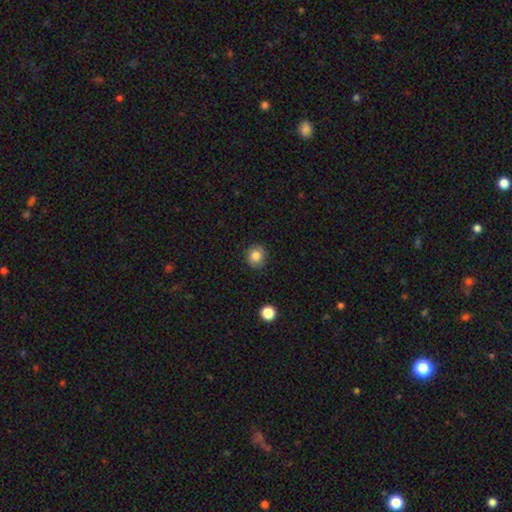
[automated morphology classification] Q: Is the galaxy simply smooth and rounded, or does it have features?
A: smooth — 85%.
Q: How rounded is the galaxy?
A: round — 87%.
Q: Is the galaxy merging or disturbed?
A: none — 88%.